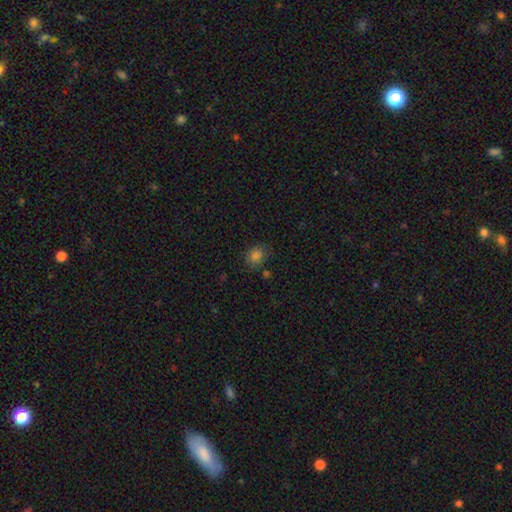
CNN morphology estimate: Overall: smooth (80%). How rounded: round (62%; in between 36%). Merging: none (73%).